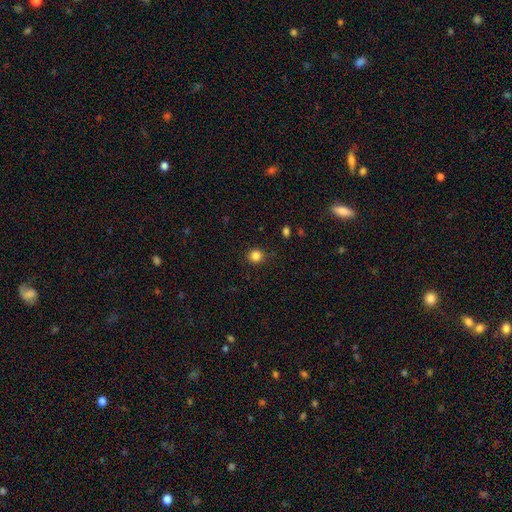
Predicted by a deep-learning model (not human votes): The model was most divided on "smooth or featured": smooth: 84%, star or artifact: 12%, featured or disk: 4%. More confident: how rounded — round (91%); merging — none (88%).